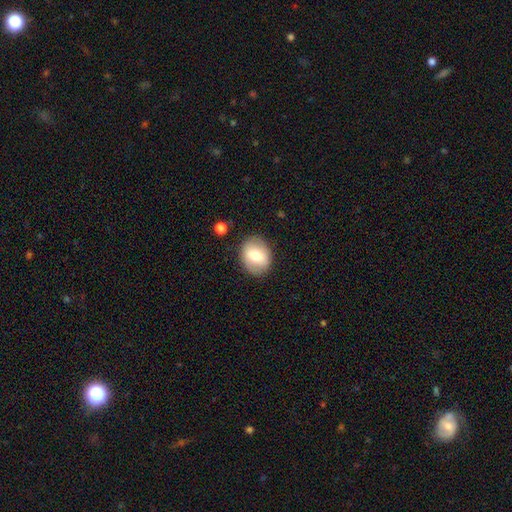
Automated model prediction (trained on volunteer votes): Smooth or featured?
  - smooth: 63% *
  - featured or disk: 30%
  - star or artifact: 8%
How rounded?
  - round: 52% *
  - in between: 47%
  - cigar-shaped: 1%
Merging?
  - none: 83% *
  - minor disturbance: 12%
  - major disturbance: 4%
  - merger: 2%